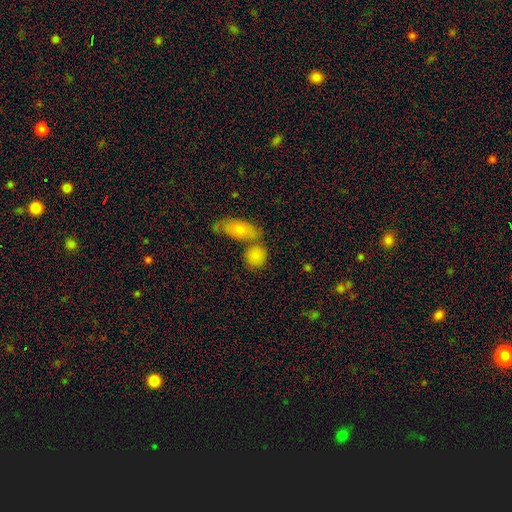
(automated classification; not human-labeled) This appears to be a smooth galaxy with no disk features (83%) that is round (60%). Merging: none (54%).